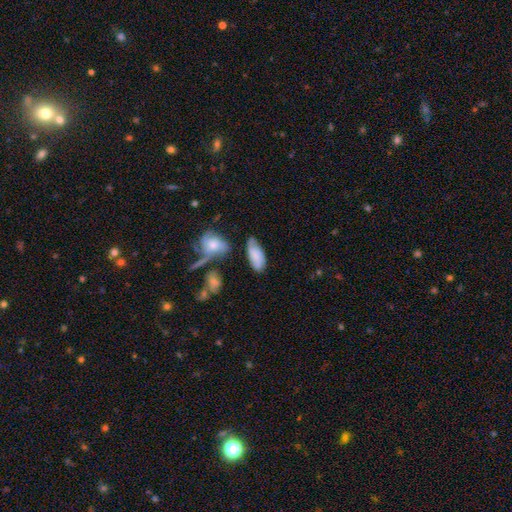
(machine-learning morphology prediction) Q: Smooth or featured?
A: smooth (62%); runner-up: featured or disk (29%)
Q: How rounded?
A: in between (86%); runner-up: cigar-shaped (11%)
Q: Merging?
A: none (56%); runner-up: minor disturbance (26%)